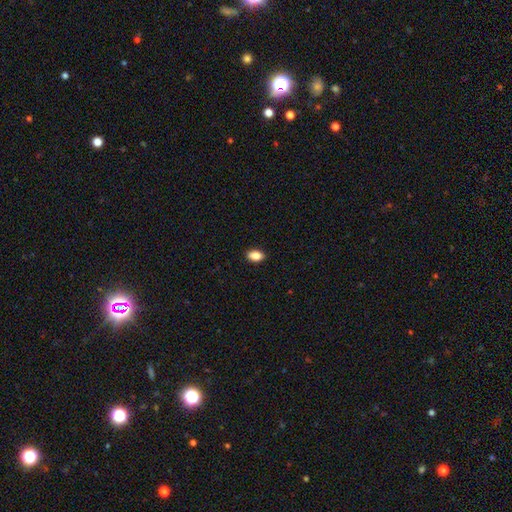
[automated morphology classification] The model was most divided on "smooth or featured": smooth: 86%, star or artifact: 8%, featured or disk: 6%. More confident: merging — none (89%); how rounded — in between (89%).